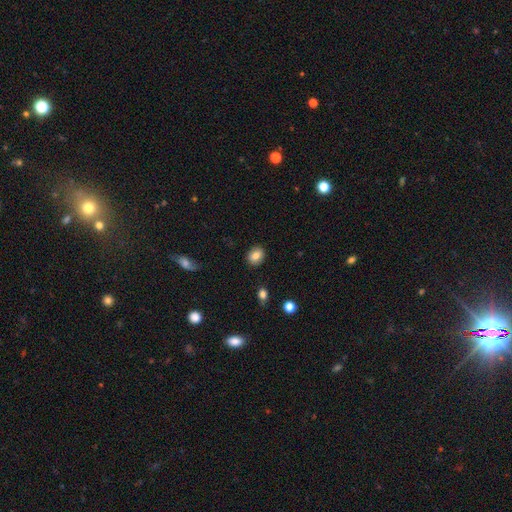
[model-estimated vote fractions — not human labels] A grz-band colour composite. It shows a smooth galaxy with no disk features (81%) that is round (58%). Merging: none (89%).